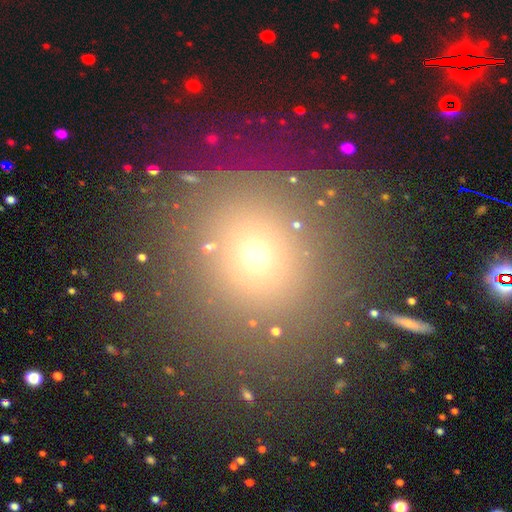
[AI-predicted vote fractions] smooth_or_featured: smooth (p=0.63) [alt: star or artifact p=0.27]
how_rounded: round (p=0.85) [alt: in between p=0.14]
merging: none (p=0.81) [alt: minor disturbance p=0.10]